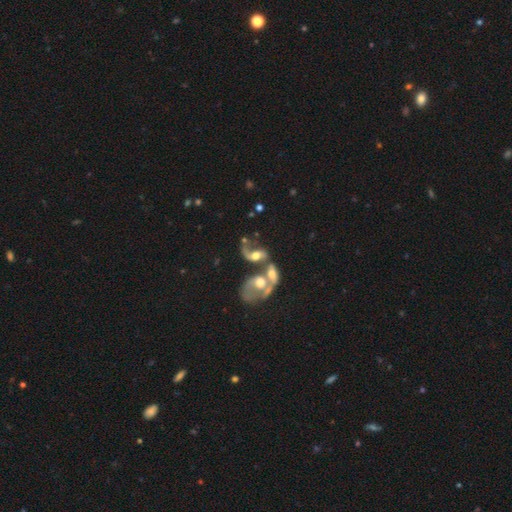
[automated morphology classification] A featured or disk galaxy (65%) with no bar (67%), spiral arms (69%) and a moderate central bulge (56%). Merging: merger (68%).